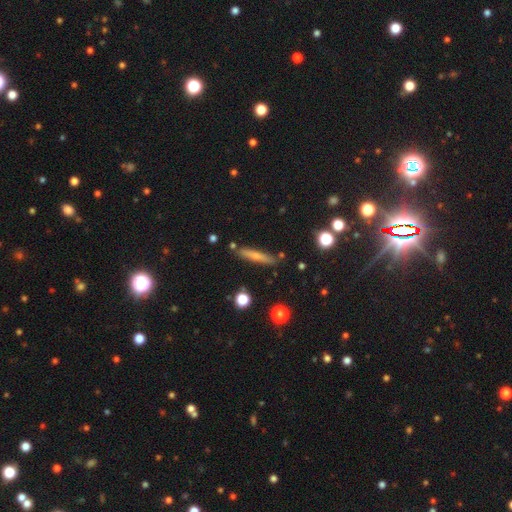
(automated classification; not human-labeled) Smooth or featured?
  - smooth: 61% *
  - featured or disk: 31%
  - star or artifact: 8%
How rounded?
  - cigar-shaped: 91% *
  - in between: 7%
  - round: 2%
Merging?
  - none: 83% *
  - minor disturbance: 11%
  - merger: 4%
  - major disturbance: 2%